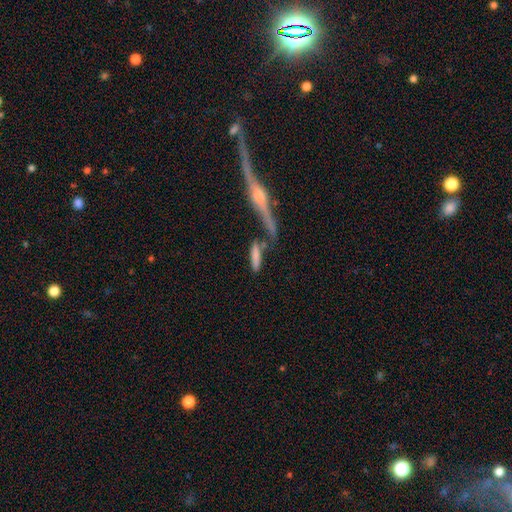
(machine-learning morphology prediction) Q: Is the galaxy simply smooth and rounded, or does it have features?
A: smooth — 73%.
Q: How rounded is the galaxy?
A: cigar-shaped — 74%.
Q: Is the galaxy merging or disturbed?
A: none — 46%.